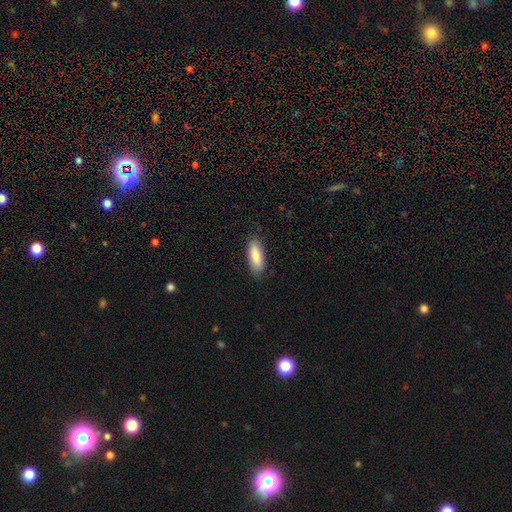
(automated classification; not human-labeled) Smooth or featured: smooth — 85% (featured or disk — 9%)
How rounded: in between — 72% (cigar-shaped — 26%)
Merging: none — 84% (minor disturbance — 13%)